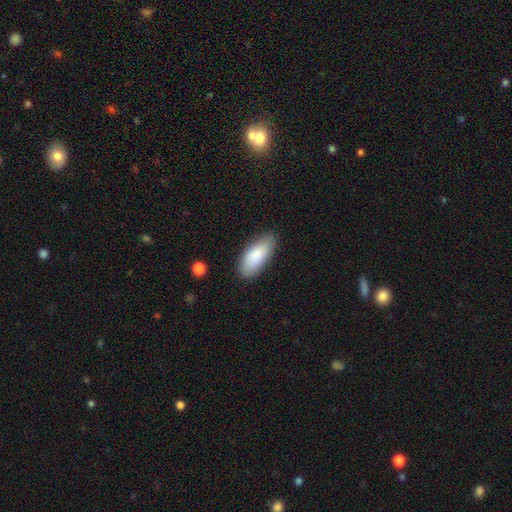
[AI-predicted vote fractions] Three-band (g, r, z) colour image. It shows a smooth galaxy with no disk features (86%) that is in between round and cigar-shaped (86%). Merging: none (81%).